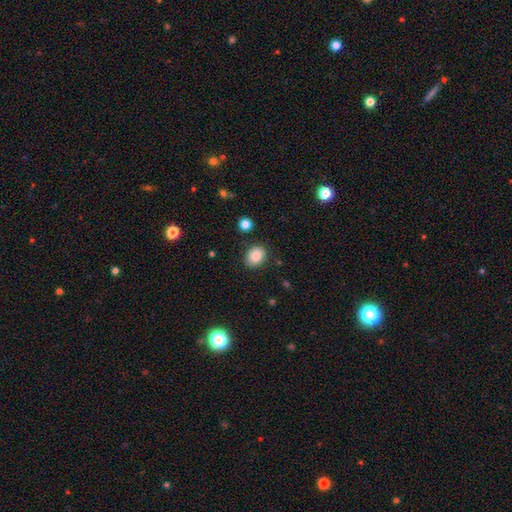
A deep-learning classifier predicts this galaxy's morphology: This is clearly a smooth galaxy (86%). How rounded: possibly in between (54%). Merging: clearly none (84%).